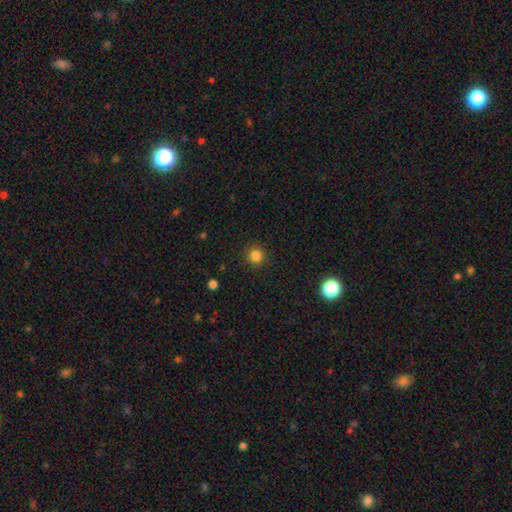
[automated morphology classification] smooth 83%, star or artifact 13%, featured or disk 4%. Down the decision tree: how rounded — round (94%); merging — none (91%).